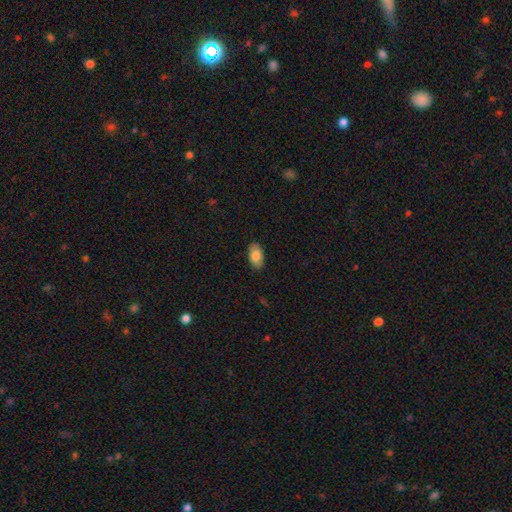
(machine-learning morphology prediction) Overall: smooth (82%). How rounded: in between (94%). Merging: none (89%).